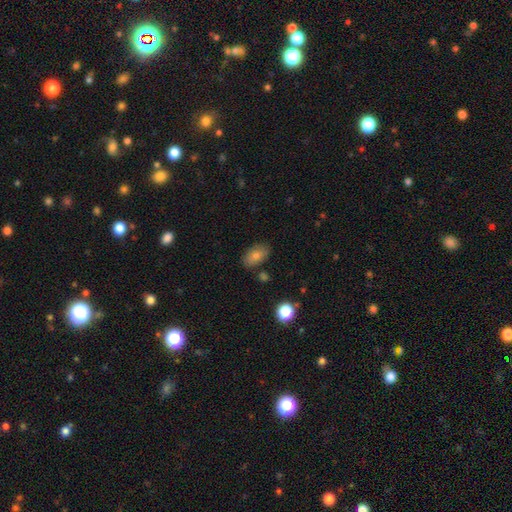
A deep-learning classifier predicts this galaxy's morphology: Q: Smooth or featured?
A: smooth (77%); runner-up: featured or disk (13%)
Q: How rounded?
A: in between (90%); runner-up: round (8%)
Q: Merging?
A: none (81%); runner-up: minor disturbance (13%)